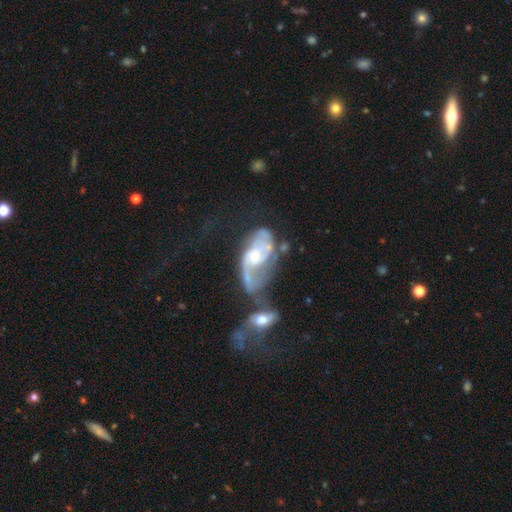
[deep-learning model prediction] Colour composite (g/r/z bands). It shows a featured or disk galaxy (81%) with no bar (62%), 2 (56%) medium (40%) spiral arms (88%) and a moderate central bulge (49%). Merging: merger (46%).